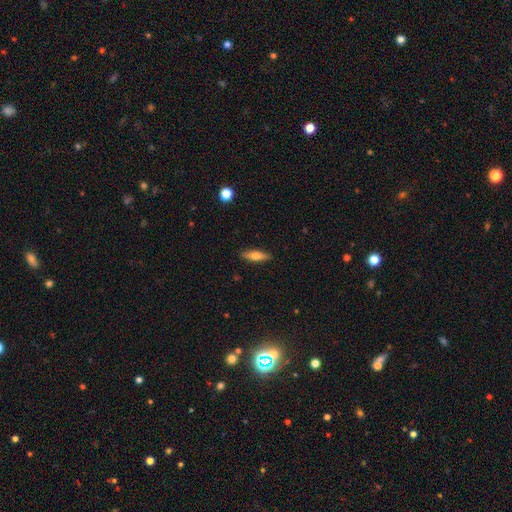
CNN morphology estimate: Smooth or featured: smooth — 63% (featured or disk — 31%)
How rounded: cigar-shaped — 56% (in between — 42%)
Merging: none — 89% (minor disturbance — 8%)